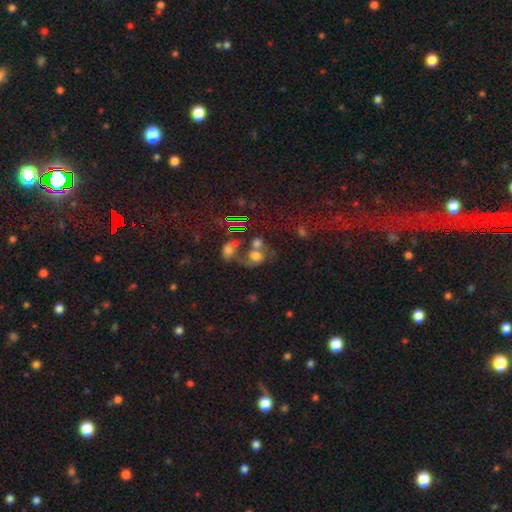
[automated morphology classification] A smooth galaxy with no disk features (48%). Merging: merger (51%).